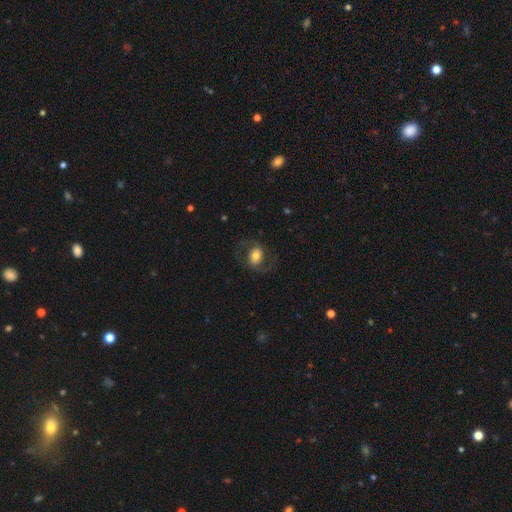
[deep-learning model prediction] Morphology: type=featured or disk (56%); edge-on=no (96%); bar=no (56%); spiral arms=yes (79%); bulge=moderate (54%); merging=none (72%).